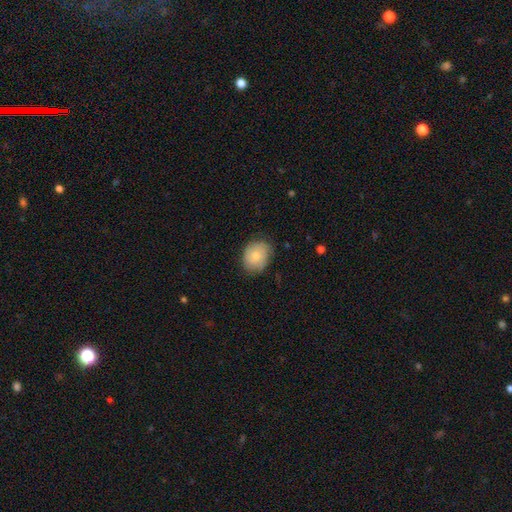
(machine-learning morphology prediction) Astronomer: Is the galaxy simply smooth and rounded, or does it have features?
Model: smooth — 75%.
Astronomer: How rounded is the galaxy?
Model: round — 54% (runner-up: in between, 45%).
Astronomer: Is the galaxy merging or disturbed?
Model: none — 70%.